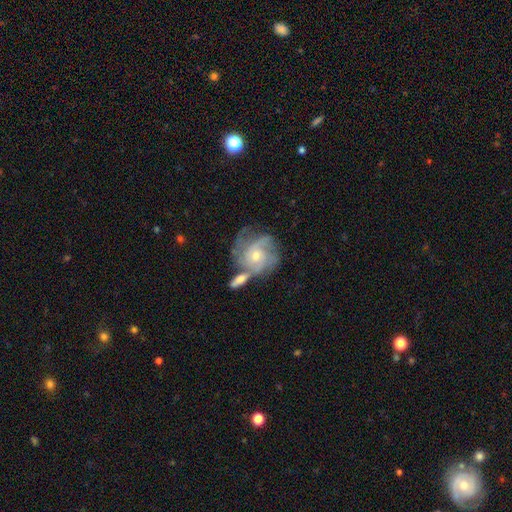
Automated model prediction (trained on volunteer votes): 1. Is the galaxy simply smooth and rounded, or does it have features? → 82% featured or disk, 10% smooth, 7% star or artifact.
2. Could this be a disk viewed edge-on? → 97% no, 3% yes.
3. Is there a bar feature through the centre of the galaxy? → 74% no, 22% weak, 4% strong.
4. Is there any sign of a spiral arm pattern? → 95% yes, 5% no.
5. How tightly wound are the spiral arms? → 53% tight, 37% medium, 10% loose.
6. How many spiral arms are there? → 34% 3, 23% can't tell, 21% 4, 11% 2, 6% more than 4, 5% 1.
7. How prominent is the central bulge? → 56% small, 40% moderate, 2% large, 1% none, 1% dominant.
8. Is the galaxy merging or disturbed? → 50% none, 22% merger, 18% minor disturbance, 10% major disturbance.